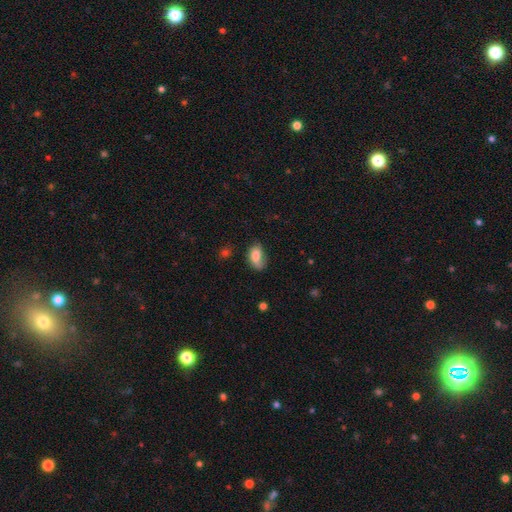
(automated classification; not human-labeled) smooth 74%, featured or disk 17%, star or artifact 8%. Down the decision tree: how rounded — in between (89%); merging — none (46%).